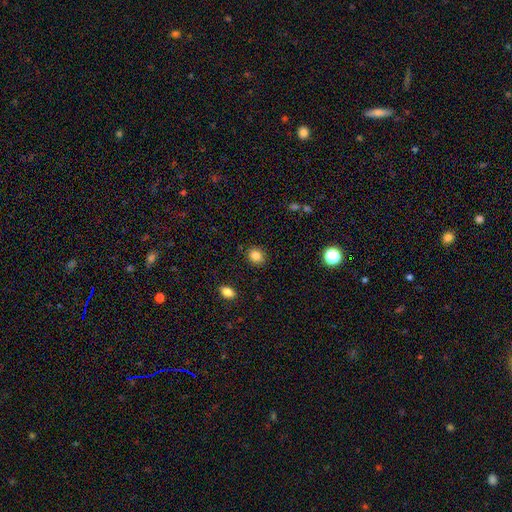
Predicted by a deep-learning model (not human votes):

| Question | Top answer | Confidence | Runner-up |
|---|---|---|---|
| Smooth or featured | smooth | 85% | star or artifact (11%) |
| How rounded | round | 66% | in between (33%) |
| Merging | none | 88% | minor disturbance (8%) |